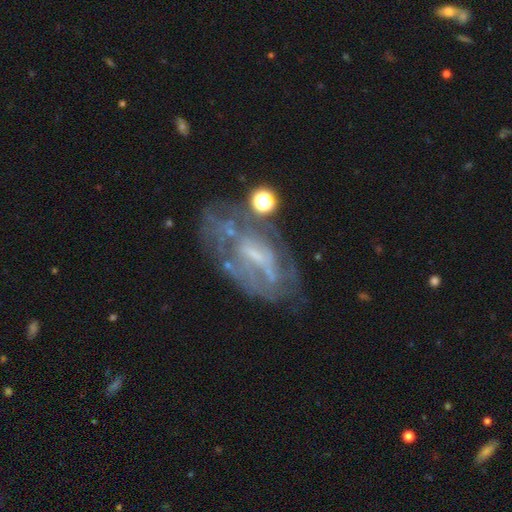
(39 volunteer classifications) Smooth or featured? 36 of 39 (92%) said featured or disk. Edge-on disk? 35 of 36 (97%) said no. Bar? 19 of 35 (54%) said weak. Spiral arms? 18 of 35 (51%) said yes. Spiral winding? 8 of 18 (44%) said medium. Spiral arm count? 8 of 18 (44%) said can't tell. Bulge size? 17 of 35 (49%) said small. Merging? 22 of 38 (58%) said none.